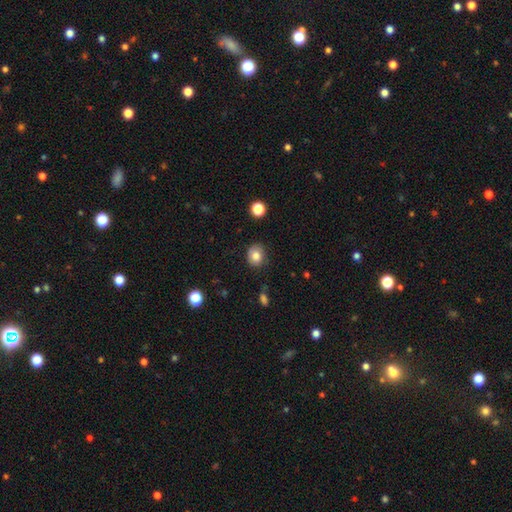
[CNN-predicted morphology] The model was most divided on "how rounded": round: 66%, in between: 33%, cigar-shaped: 1%. More confident: smooth or featured — smooth (81%); merging — none (79%).